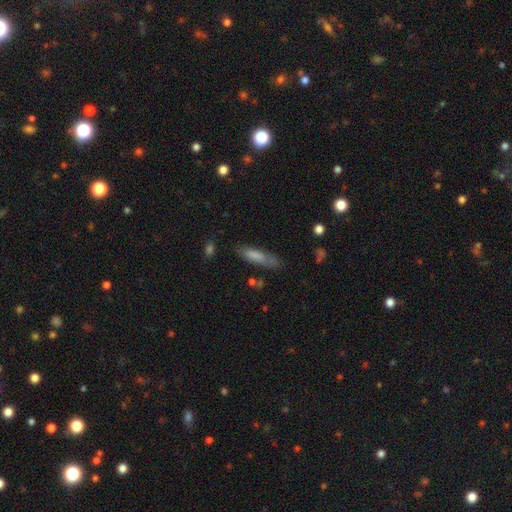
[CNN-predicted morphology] This is likely a smooth galaxy (77%). How rounded: likely cigar-shaped (68%). Merging: likely none (67%).